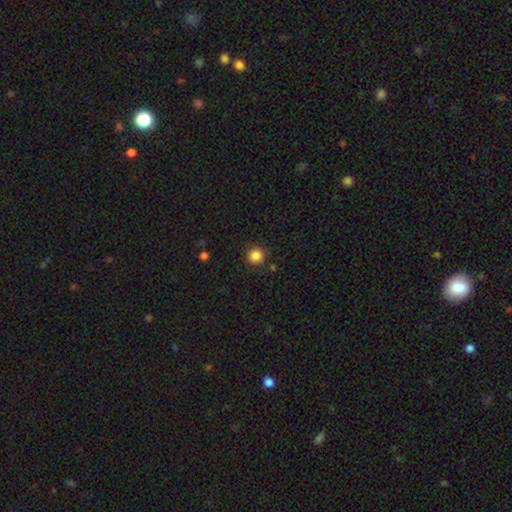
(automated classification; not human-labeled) Smooth or featured? smooth (85%)
How rounded? round (95%)
Merging? none (89%)